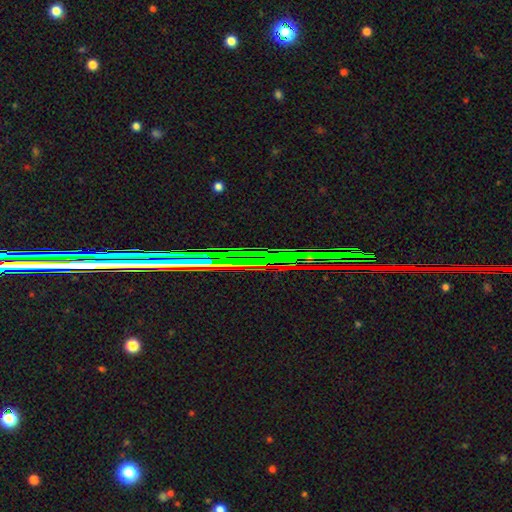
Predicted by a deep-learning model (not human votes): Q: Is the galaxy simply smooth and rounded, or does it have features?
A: star or artifact — 78%.